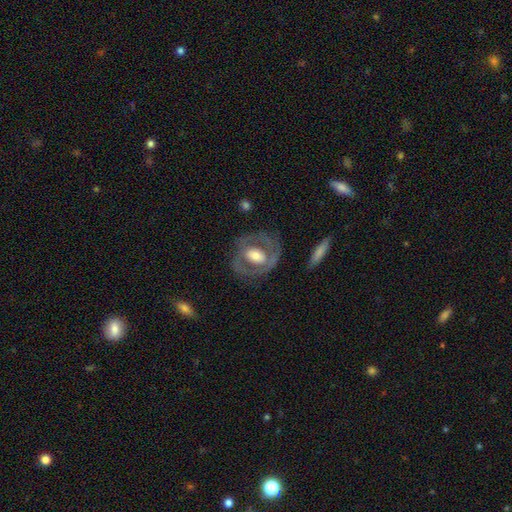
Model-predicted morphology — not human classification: Q: Smooth or featured?
A: featured or disk (63%); runner-up: smooth (32%)
Q: Edge-on disk?
A: no (94%); runner-up: yes (6%)
Q: Bar?
A: no (57%); runner-up: weak (26%)
Q: Spiral arms?
A: no (66%); runner-up: yes (34%)
Q: Bulge size?
A: moderate (53%); runner-up: large (30%)
Q: Merging?
A: none (71%); runner-up: minor disturbance (15%)